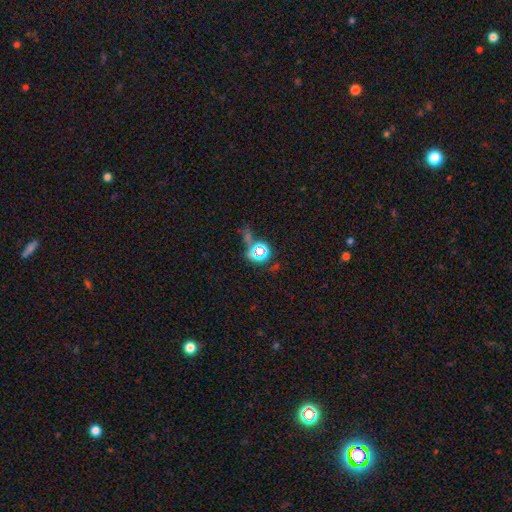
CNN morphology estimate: Smooth or featured? Predicted: star or artifact (p=0.65).